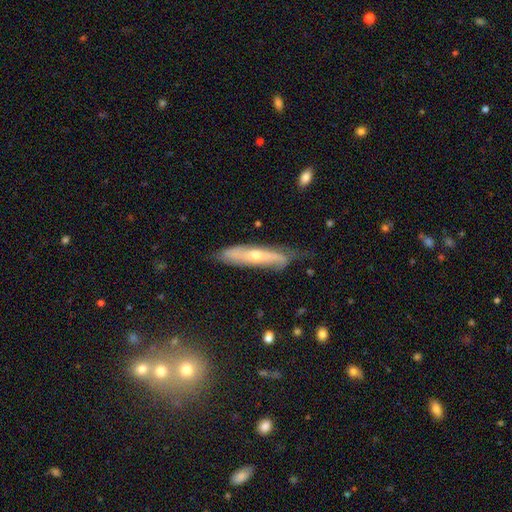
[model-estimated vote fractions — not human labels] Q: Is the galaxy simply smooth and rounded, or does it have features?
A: featured or disk — 60%.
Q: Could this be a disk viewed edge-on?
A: yes — 51%.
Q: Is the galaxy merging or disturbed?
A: none — 62%.